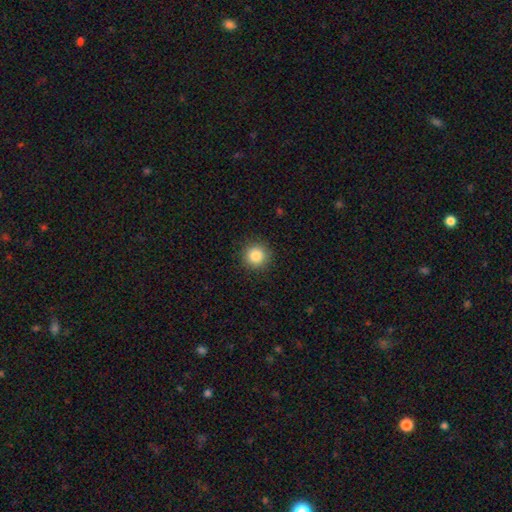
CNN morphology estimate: This appears to be a smooth galaxy with no disk features (84%) that is round (95%). Merging: none (91%).